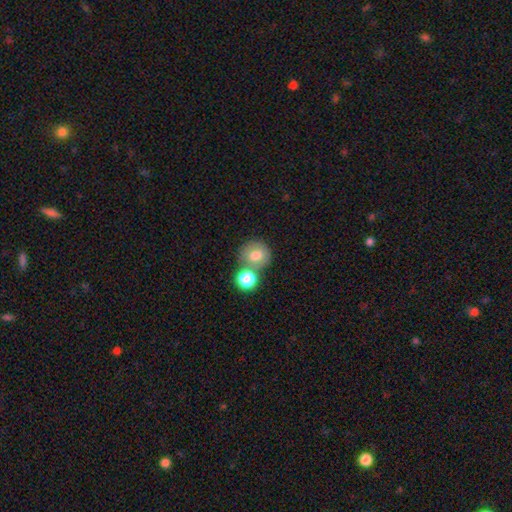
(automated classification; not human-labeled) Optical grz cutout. It shows a smooth galaxy with no disk features (74%) that is round (83%). Merging: none (52%).